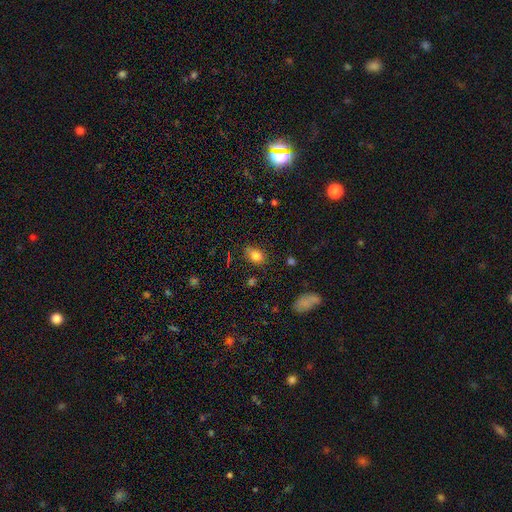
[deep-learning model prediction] smooth-or-featured: smooth: 81% | star or artifact: 11% | featured or disk: 8%
  how-rounded: in between: 66% | round: 32% | cigar-shaped: 2%
  merging: none: 72% | minor disturbance: 20% | major disturbance: 4% | merger: 3%